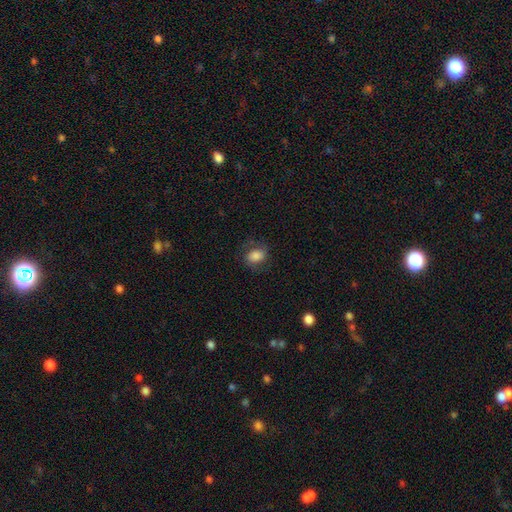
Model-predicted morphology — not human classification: type=smooth (73%); roundness=in between (66%); merging=none (69%).